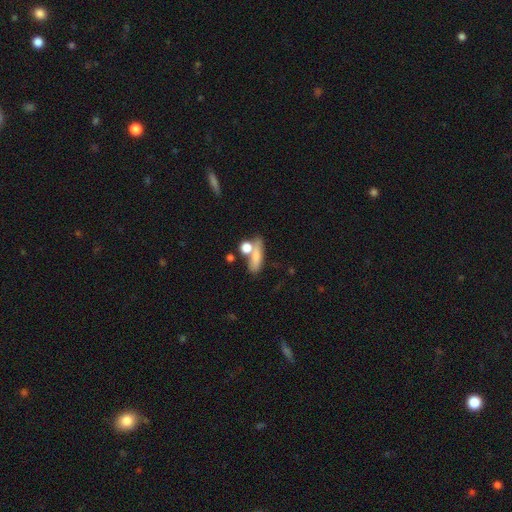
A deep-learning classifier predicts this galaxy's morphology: smooth 72%, featured or disk 18%, star or artifact 10%. Down the decision tree: how rounded — in between (44%); merging — none (48%).